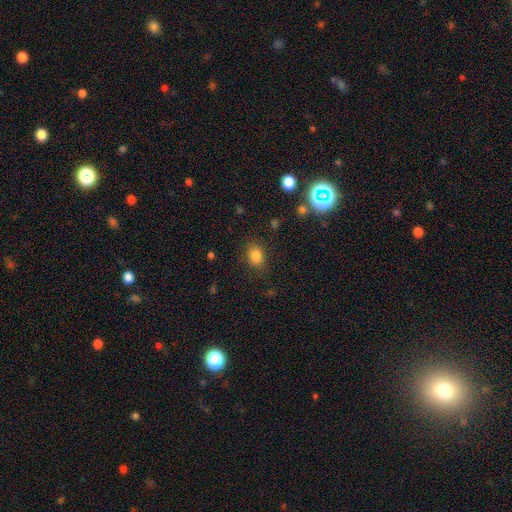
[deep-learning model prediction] The model was most divided on "how rounded": in between: 59%, round: 40%, cigar-shaped: 1%. More confident: merging — none (84%); smooth or featured — smooth (82%).